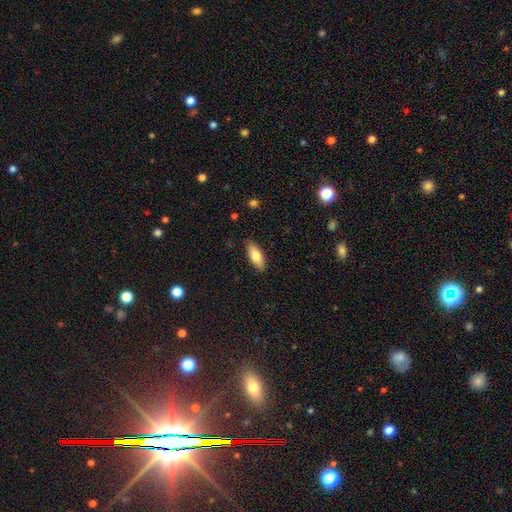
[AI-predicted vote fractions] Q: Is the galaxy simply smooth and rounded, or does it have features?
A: smooth — 75%.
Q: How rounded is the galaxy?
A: in between — 70%.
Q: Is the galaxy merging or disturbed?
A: none — 87%.